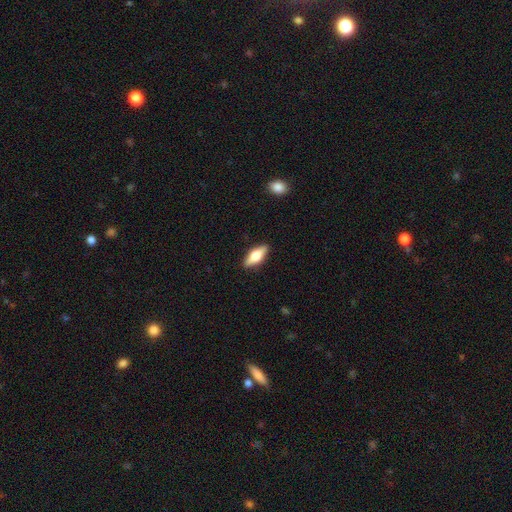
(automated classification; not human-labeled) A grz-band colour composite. It shows a smooth galaxy with no disk features (52%) that is in between round and cigar-shaped (65%). Merging: none (88%).